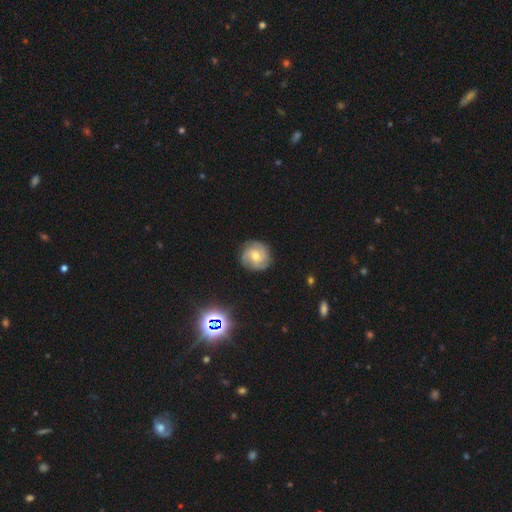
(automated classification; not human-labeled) Morphology: type=featured or disk (68%); edge-on=no (98%); bar=no (65%); spiral arms=yes (93%); winding=tight (61%); arm count=3 (38%); bulge=moderate (63%); merging=none (83%).